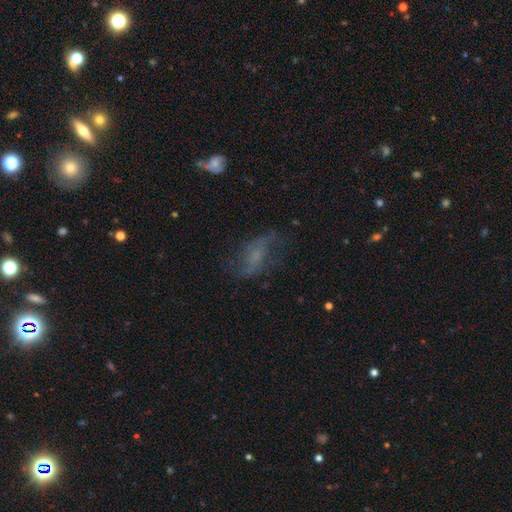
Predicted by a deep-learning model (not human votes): This is possibly a featured or disk galaxy (51%). It is clearly not viewed edge-on (90%). Merging: possibly none (54%).